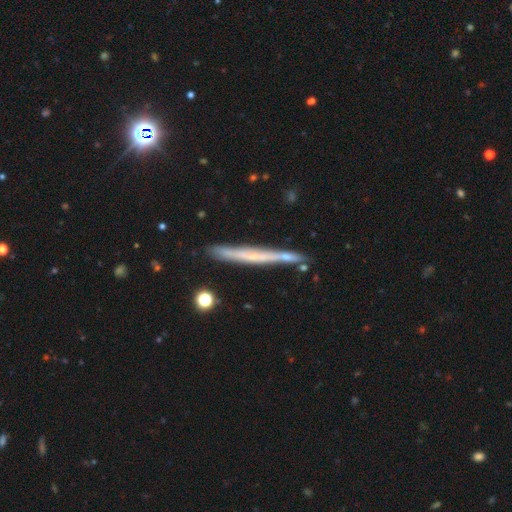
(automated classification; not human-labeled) Overall: featured or disk (55%; smooth 37%). Edge-on disk: yes (95%). Edge-on bulge: none (82%). Merging: none (81%).